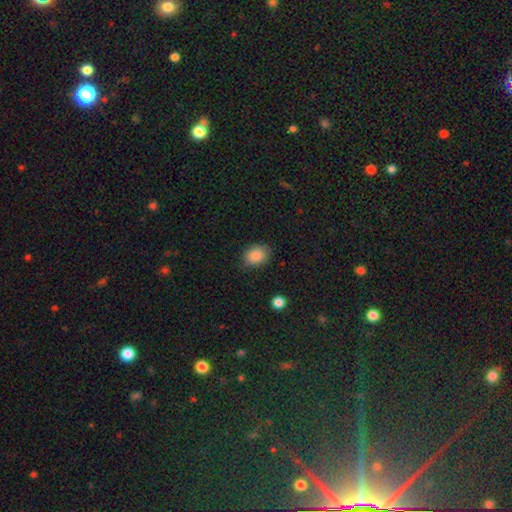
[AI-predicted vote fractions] A smooth galaxy with no disk features (87%) that is in between round and cigar-shaped (72%).

Vote fractions:
- Smooth or featured? smooth: 87% / star or artifact: 8% / featured or disk: 5%
- How rounded? in between: 72% / round: 27% / cigar-shaped: 1%
- Merging? none: 78% / minor disturbance: 17% / major disturbance: 3% / merger: 1%